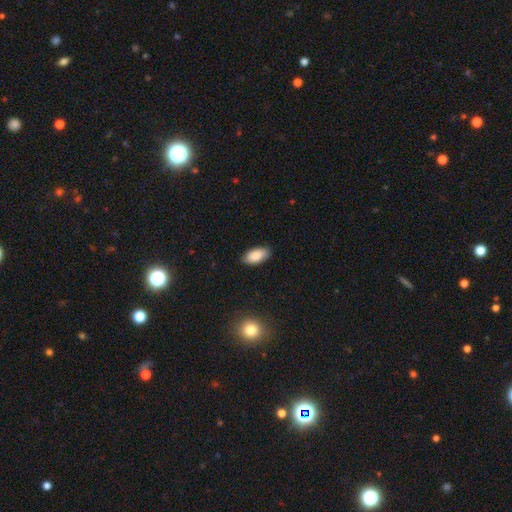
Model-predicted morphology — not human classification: Smooth or featured? Predicted: smooth (p=0.86). How rounded? Predicted: in between (p=0.93). Merging? Predicted: none (p=0.86).